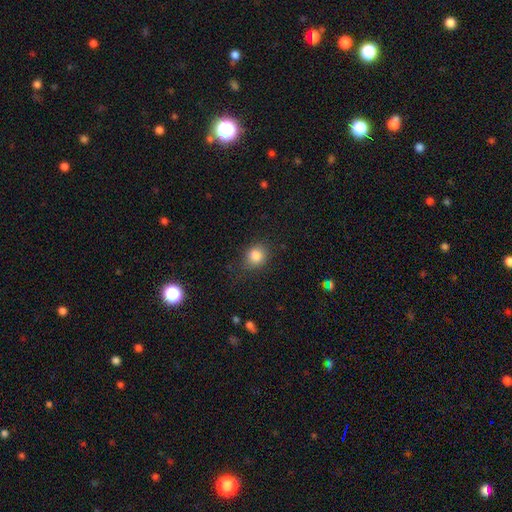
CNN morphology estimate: Smooth or featured? smooth (84%)
How rounded? round (70%)
Merging? none (70%)